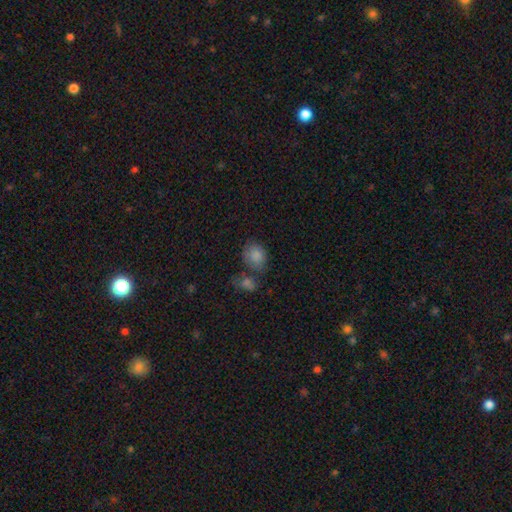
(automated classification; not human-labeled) Q: Smooth or featured?
A: smooth (85%); runner-up: star or artifact (9%)
Q: How rounded?
A: in between (53%); runner-up: round (46%)
Q: Merging?
A: none (55%); runner-up: merger (22%)